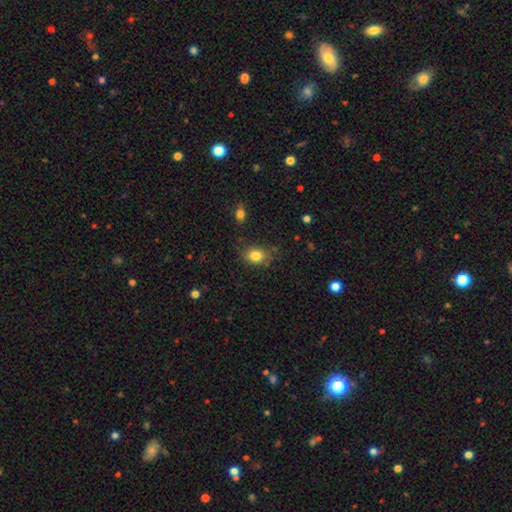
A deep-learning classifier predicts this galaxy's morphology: This is clearly a smooth galaxy (83%). How rounded: likely in between (61%). Merging: likely none (74%).